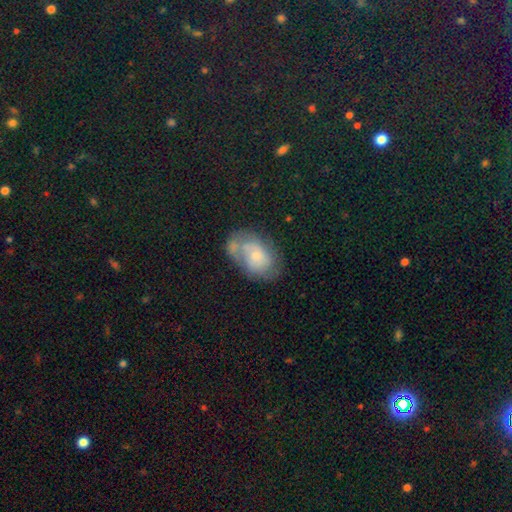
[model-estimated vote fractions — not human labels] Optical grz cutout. It shows a featured or disk galaxy (48%). Merging: none (39%).